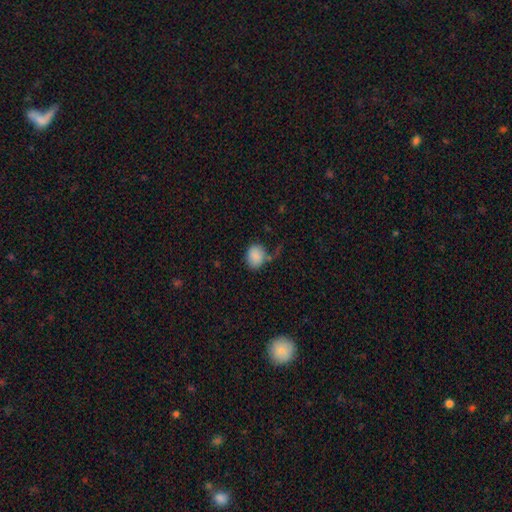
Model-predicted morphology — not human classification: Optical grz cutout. It shows a smooth galaxy with no disk features (87%) that is round (52%). Merging: none (64%).